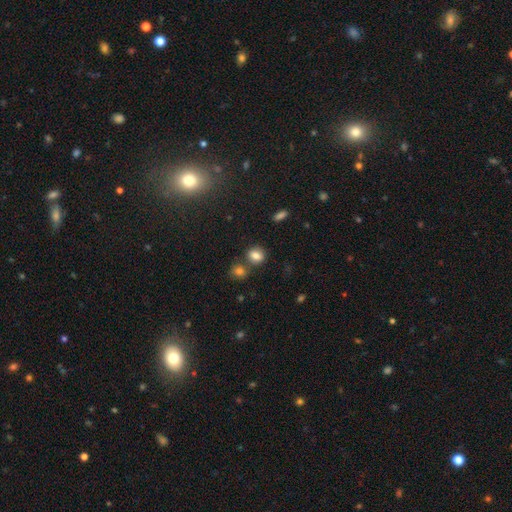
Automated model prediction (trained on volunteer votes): A smooth galaxy with no disk features (81%) that is round (52%). Merging: none (65%).